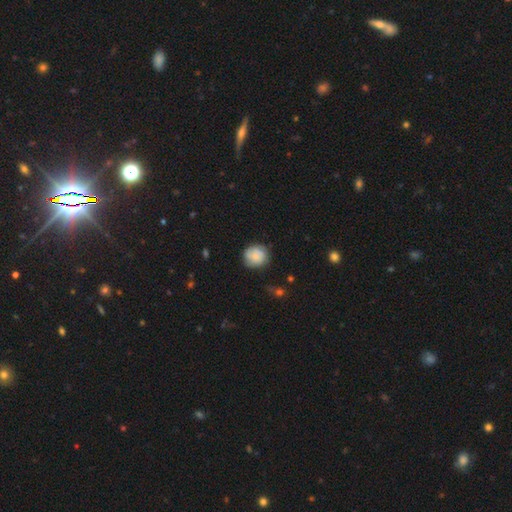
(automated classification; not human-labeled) A smooth galaxy with no disk features (72%) that is round (83%). Merging: none (73%).